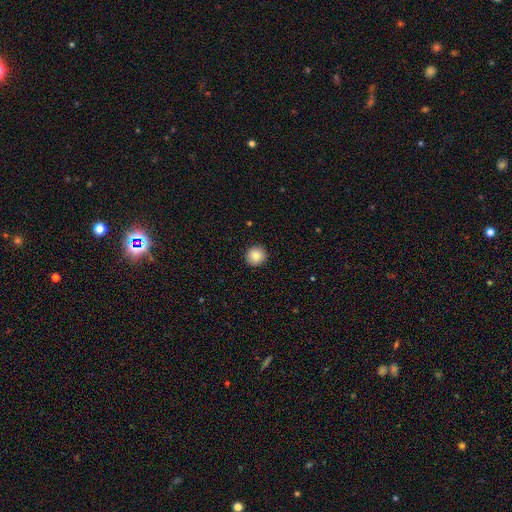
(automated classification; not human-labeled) A smooth galaxy with no disk features (86%) that is round (93%). Merging: none (93%).